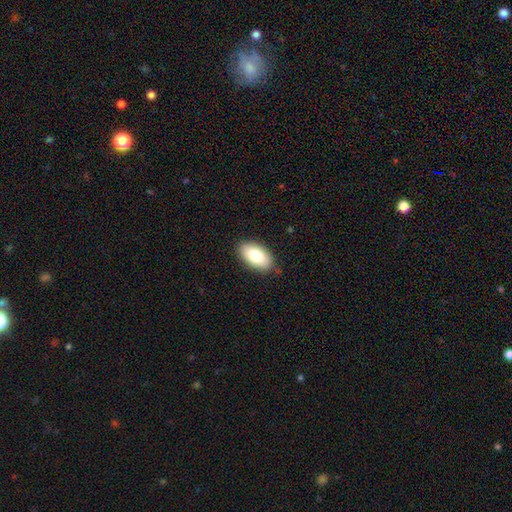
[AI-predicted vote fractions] smooth 85%, featured or disk 9%, star or artifact 6%. Down the decision tree: how rounded — in between (95%); merging — none (85%).